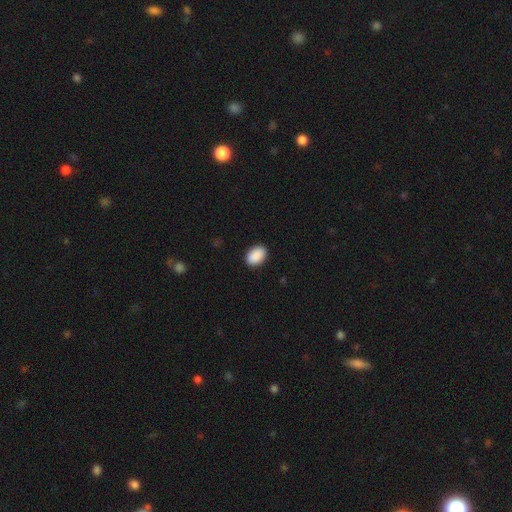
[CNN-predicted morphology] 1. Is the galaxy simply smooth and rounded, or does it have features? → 91% smooth, 7% star or artifact, 2% featured or disk.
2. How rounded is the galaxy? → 84% in between, 15% round, 1% cigar-shaped.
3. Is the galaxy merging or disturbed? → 89% none, 8% minor disturbance, 2% major disturbance, 1% merger.